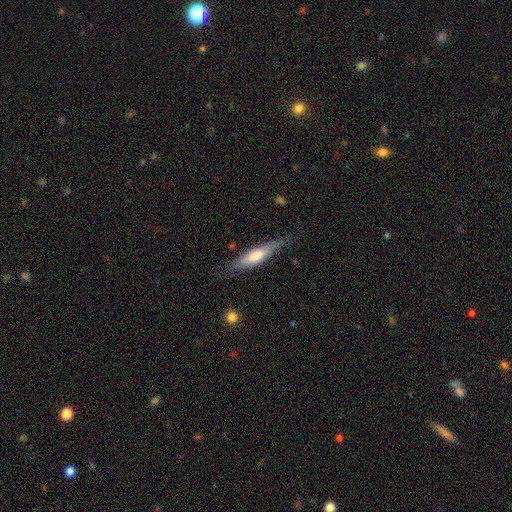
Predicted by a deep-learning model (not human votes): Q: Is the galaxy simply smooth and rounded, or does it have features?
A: smooth — 50%.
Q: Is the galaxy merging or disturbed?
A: none — 77%.